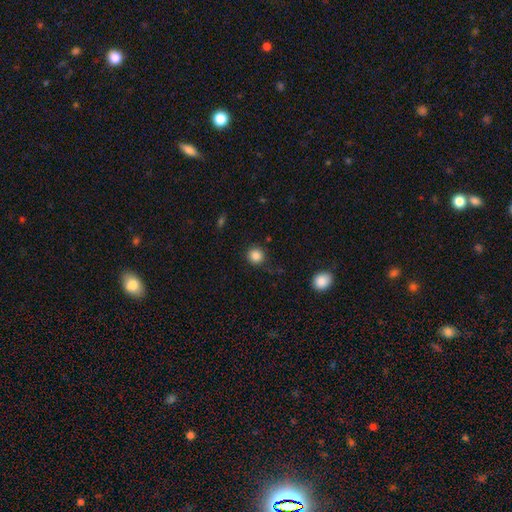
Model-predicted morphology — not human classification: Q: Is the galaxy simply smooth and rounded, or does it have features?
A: smooth — 85%.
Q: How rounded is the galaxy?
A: round — 92%.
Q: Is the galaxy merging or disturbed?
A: none — 86%.